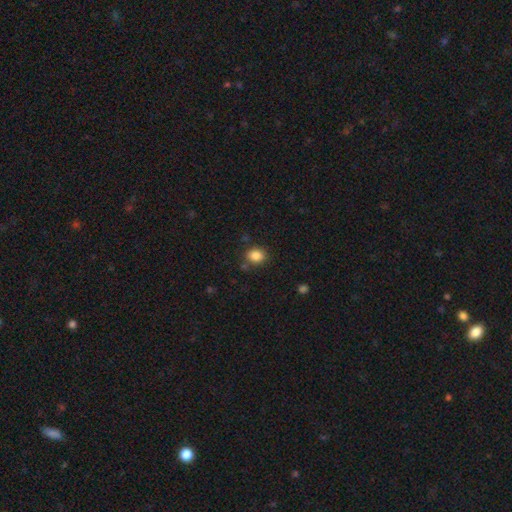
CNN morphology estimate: Smooth or featured? smooth (86%)
How rounded? round (54%)
Merging? none (82%)